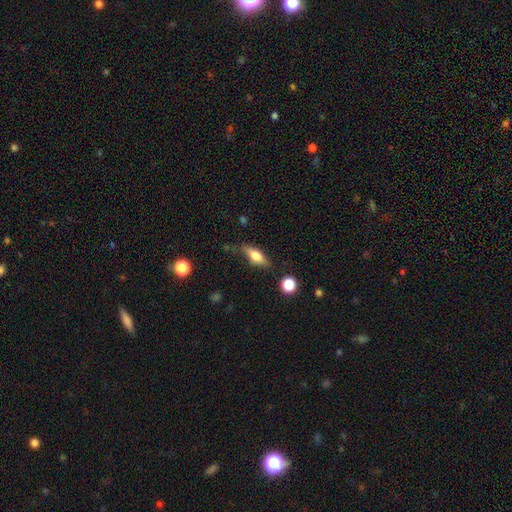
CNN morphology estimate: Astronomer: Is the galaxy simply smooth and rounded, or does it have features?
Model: smooth — 59%.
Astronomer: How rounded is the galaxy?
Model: in between — 59% (runner-up: cigar-shaped, 36%).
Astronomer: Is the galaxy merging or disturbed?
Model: none — 73%.